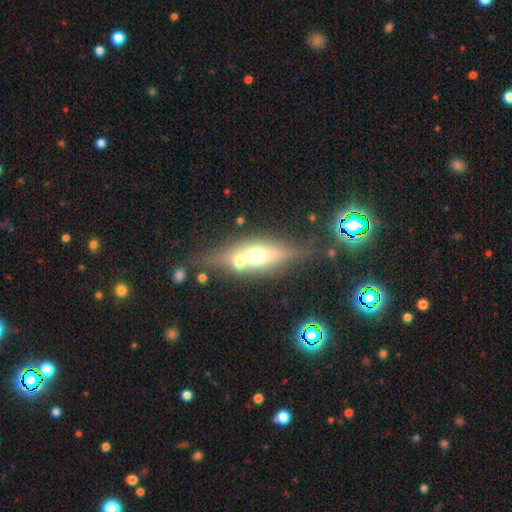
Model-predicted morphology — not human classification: This is possibly a featured or disk galaxy (51%). It is likely viewed edge-on (78%). Merging: likely none (61%).